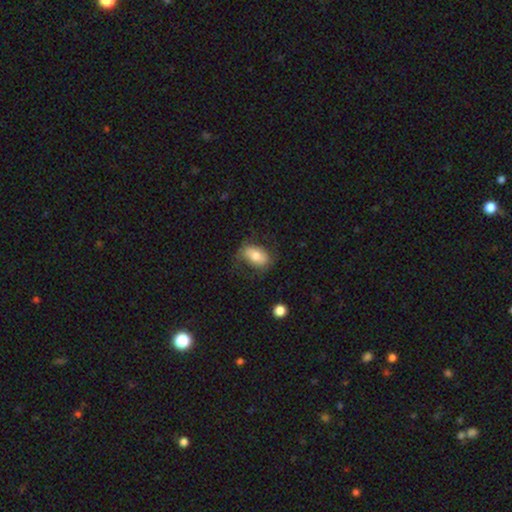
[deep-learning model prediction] Smooth or featured? Predicted: smooth (p=0.65). How rounded? Predicted: in between (p=0.84). Merging? Predicted: none (p=0.63).